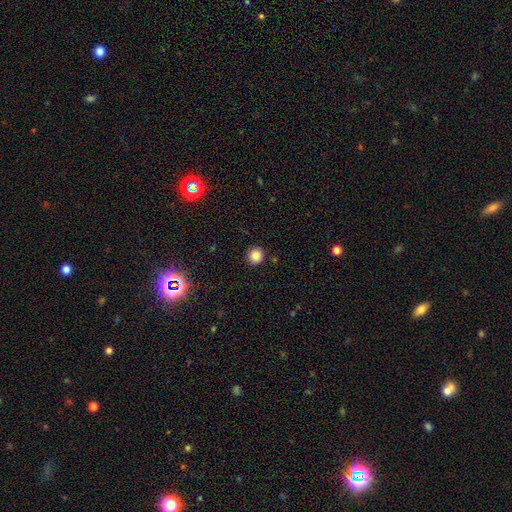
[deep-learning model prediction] Smooth or featured: smooth — 85% (star or artifact — 12%)
How rounded: round — 93% (in between — 6%)
Merging: none — 89% (minor disturbance — 7%)